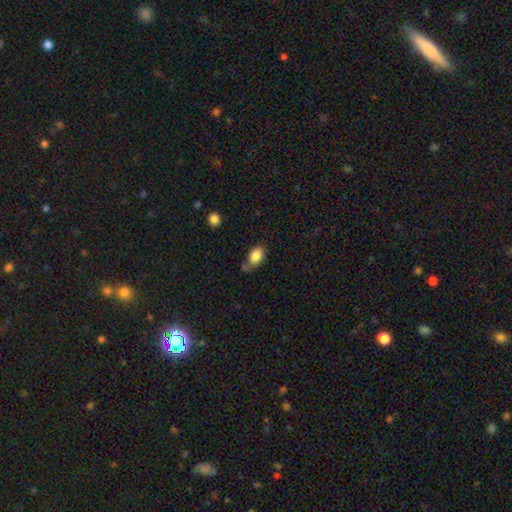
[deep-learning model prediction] smooth_or_featured: smooth (p=0.85) [alt: star or artifact p=0.08]
how_rounded: in between (p=0.86) [alt: round p=0.12]
merging: none (p=0.53) [alt: minor disturbance p=0.23]